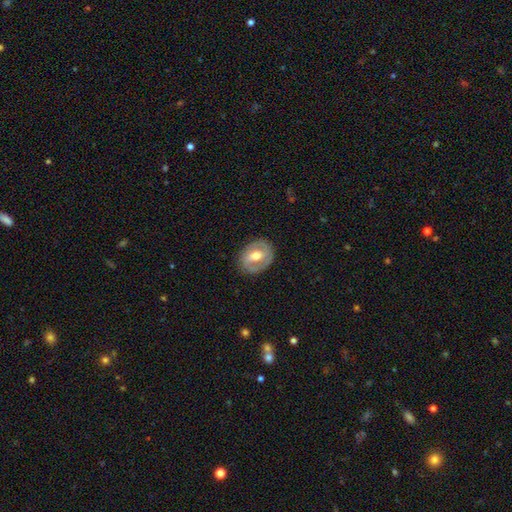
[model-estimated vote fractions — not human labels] Smooth or featured? featured or disk (62%)
Edge-on disk? no (94%)
Bar? weak (42%)
Spiral arms? yes (51%)
Bulge size? moderate (74%)
Merging? none (82%)